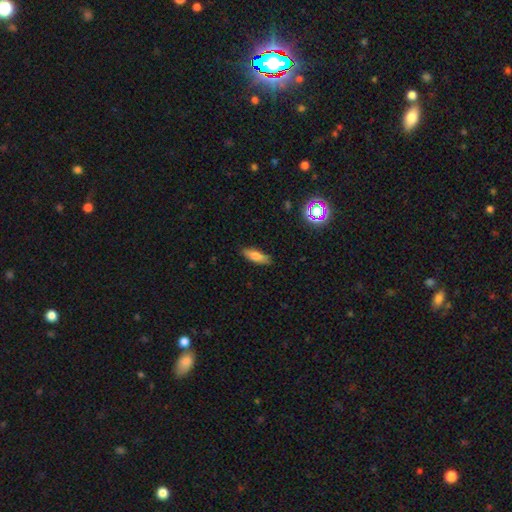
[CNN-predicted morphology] Smooth or featured: smooth — 78% (featured or disk — 13%)
How rounded: in between — 56% (cigar-shaped — 42%)
Merging: none — 87% (minor disturbance — 10%)